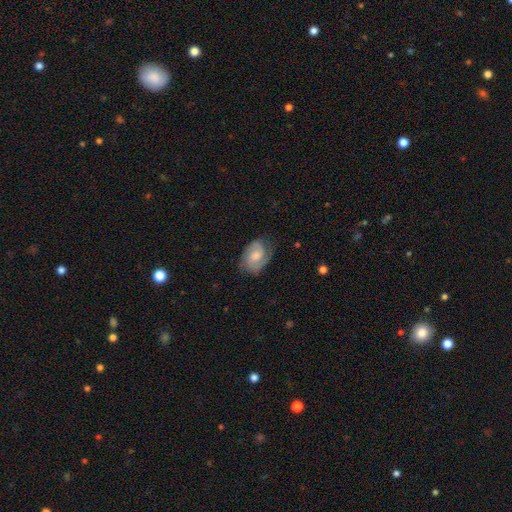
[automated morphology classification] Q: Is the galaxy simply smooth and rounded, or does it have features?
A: featured or disk — 70%.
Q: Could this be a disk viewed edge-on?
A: no — 97%.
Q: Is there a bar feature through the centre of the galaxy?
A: no — 57%.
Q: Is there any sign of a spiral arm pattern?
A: yes — 93%.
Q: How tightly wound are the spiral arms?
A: medium — 45%.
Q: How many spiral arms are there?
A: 2 — 76%.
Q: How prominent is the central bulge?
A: moderate — 50%.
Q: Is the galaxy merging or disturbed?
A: none — 70%.